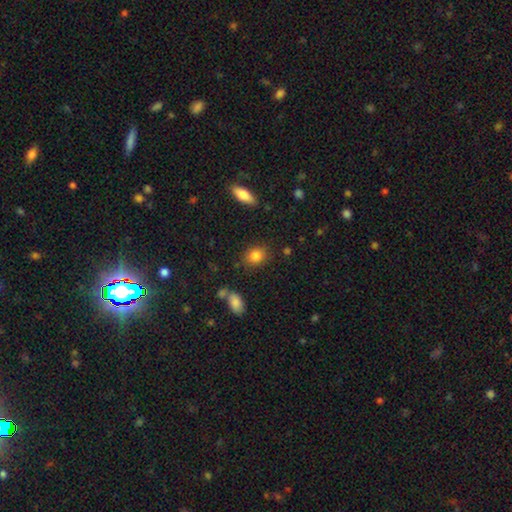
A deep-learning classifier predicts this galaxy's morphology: Smooth or featured?
  - smooth: 85% *
  - star or artifact: 9%
  - featured or disk: 6%
How rounded?
  - round: 53% *
  - in between: 45%
  - cigar-shaped: 2%
Merging?
  - none: 81% *
  - minor disturbance: 12%
  - major disturbance: 3%
  - merger: 3%